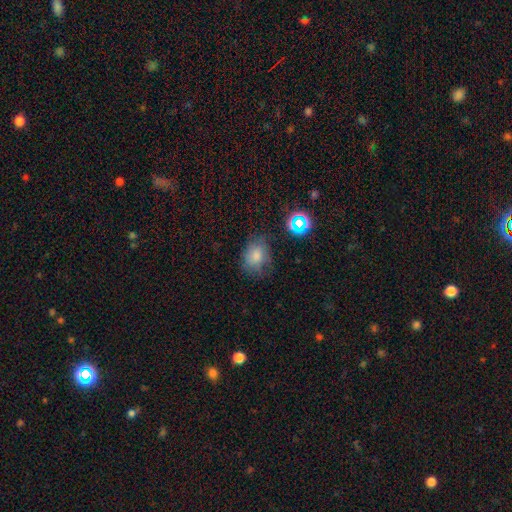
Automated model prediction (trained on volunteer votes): Smooth or featured? smooth (73%)
How rounded? in between (51%)
Merging? none (58%)